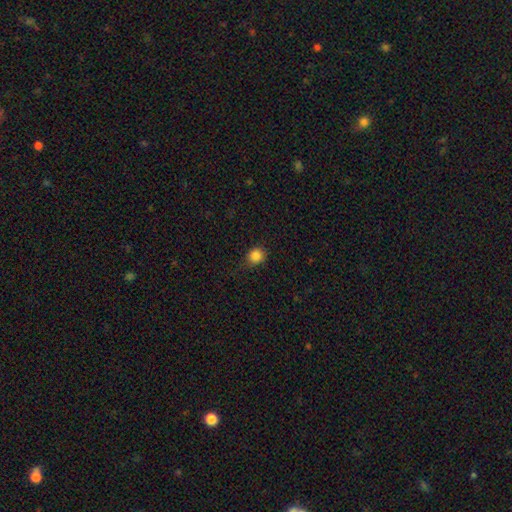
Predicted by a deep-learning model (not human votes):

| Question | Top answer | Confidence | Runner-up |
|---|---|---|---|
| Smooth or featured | smooth | 85% | star or artifact (11%) |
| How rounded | round | 86% | in between (13%) |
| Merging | none | 79% | minor disturbance (16%) |